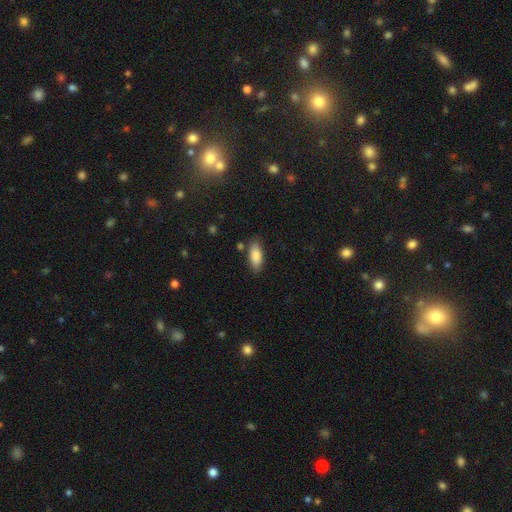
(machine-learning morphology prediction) Q: Smooth or featured?
A: smooth (86%); runner-up: featured or disk (7%)
Q: How rounded?
A: in between (81%); runner-up: cigar-shaped (17%)
Q: Merging?
A: none (80%); runner-up: minor disturbance (13%)